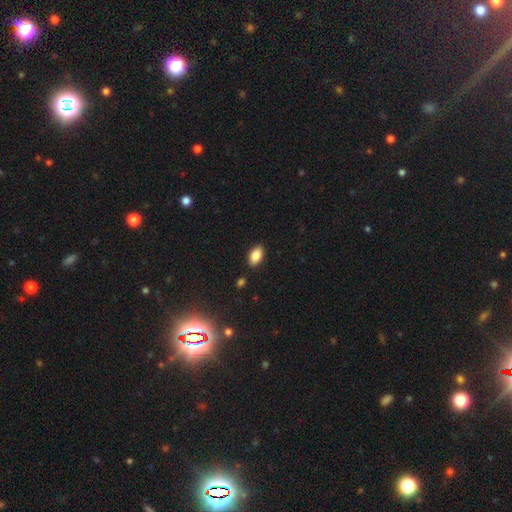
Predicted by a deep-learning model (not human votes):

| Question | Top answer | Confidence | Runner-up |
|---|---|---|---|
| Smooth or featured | smooth | 85% | star or artifact (9%) |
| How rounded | in between | 92% | round (6%) |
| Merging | none | 88% | minor disturbance (9%) |